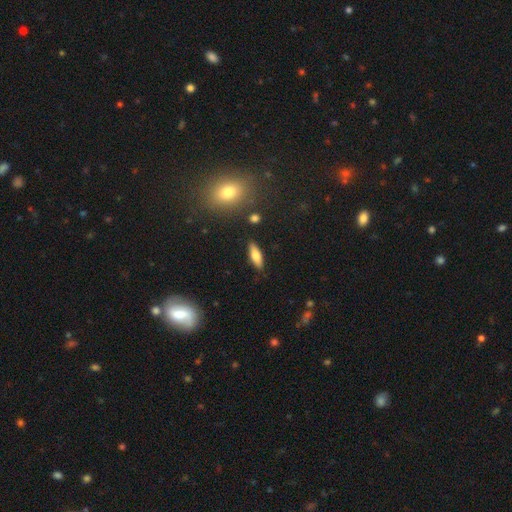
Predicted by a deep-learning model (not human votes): Smooth or featured? smooth (68%)
How rounded? in between (61%)
Merging? none (87%)